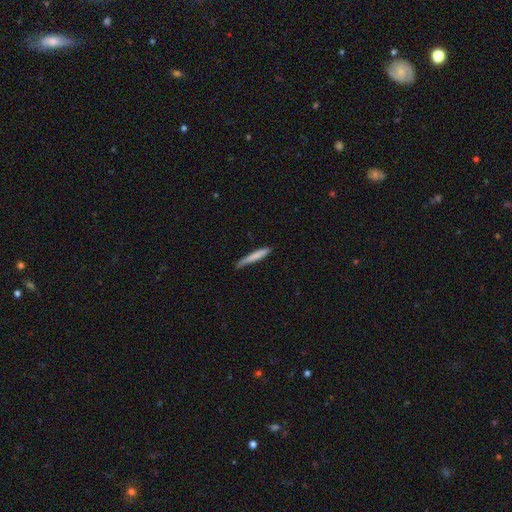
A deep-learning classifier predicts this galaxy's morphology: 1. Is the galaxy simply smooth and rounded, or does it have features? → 75% smooth, 20% featured or disk, 6% star or artifact.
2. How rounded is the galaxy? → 94% cigar-shaped, 4% in between, 1% round.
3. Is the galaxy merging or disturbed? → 69% none, 24% minor disturbance, 4% major disturbance, 2% merger.